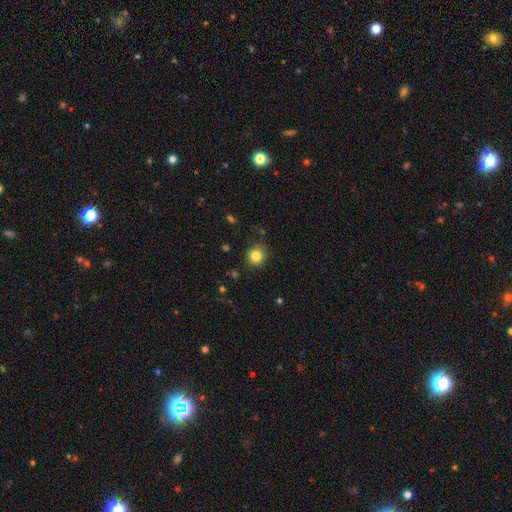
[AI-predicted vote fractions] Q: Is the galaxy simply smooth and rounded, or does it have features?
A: smooth — 83%.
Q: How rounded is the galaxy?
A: round — 88%.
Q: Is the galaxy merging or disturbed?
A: none — 84%.